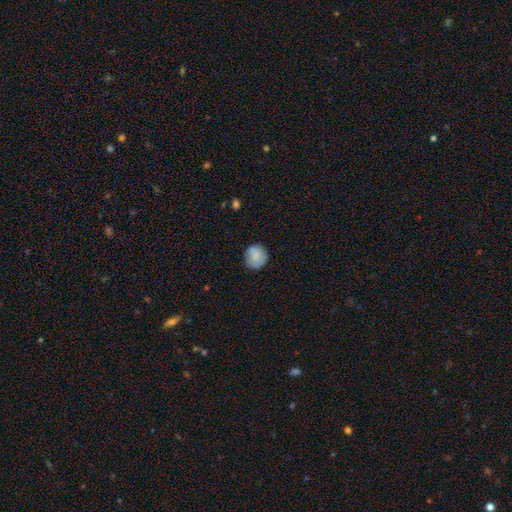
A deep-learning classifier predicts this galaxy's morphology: A smooth galaxy with no disk features (79%) that is round (90%). Merging: none (78%).